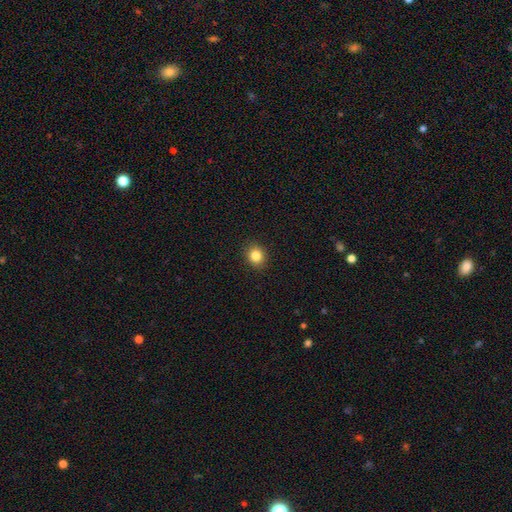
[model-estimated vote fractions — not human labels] Smooth or featured? smooth (84%)
How rounded? round (72%)
Merging? none (91%)